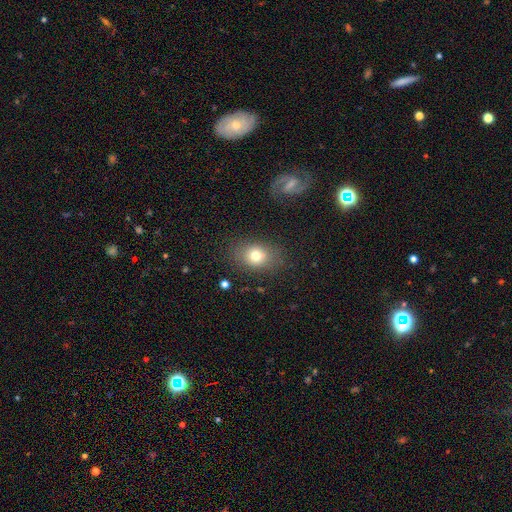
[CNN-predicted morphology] smooth 77%, featured or disk 12%, star or artifact 11%. Down the decision tree: how rounded — in between (60%); merging — none (81%).